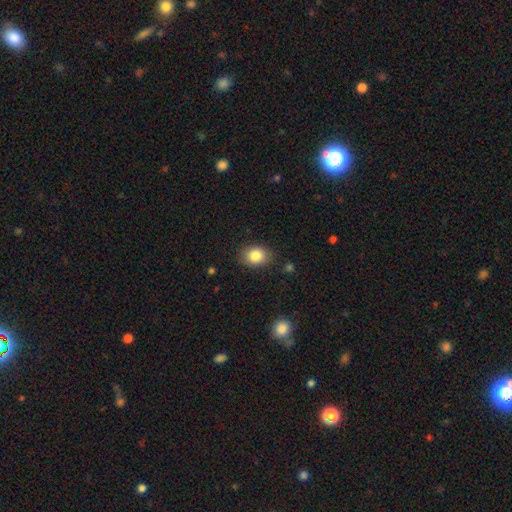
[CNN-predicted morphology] Smooth or featured? Predicted: smooth (p=0.84). How rounded? Predicted: in between (p=0.57). Merging? Predicted: none (p=0.84).